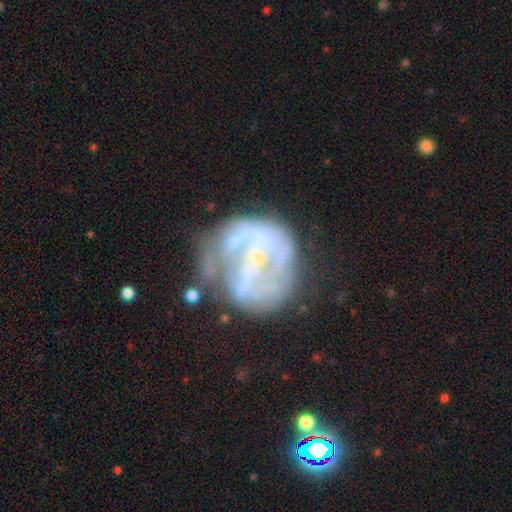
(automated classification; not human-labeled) A featured or disk galaxy (73%) with no bar (57%), spiral arms (60%) and no central bulge (61%).

Vote fractions:
- Smooth or featured? featured or disk: 73% / smooth: 18% / star or artifact: 9%
- Edge-on disk? no: 98% / yes: 2%
- Bar? no: 57% / weak: 28% / strong: 15%
- Spiral arms? yes: 60% / no: 40%
- Bulge size? none: 61% / small: 25% / moderate: 9% / large: 3% / dominant: 1%
- Merging? none: 51% / major disturbance: 23% / minor disturbance: 22% / merger: 4%